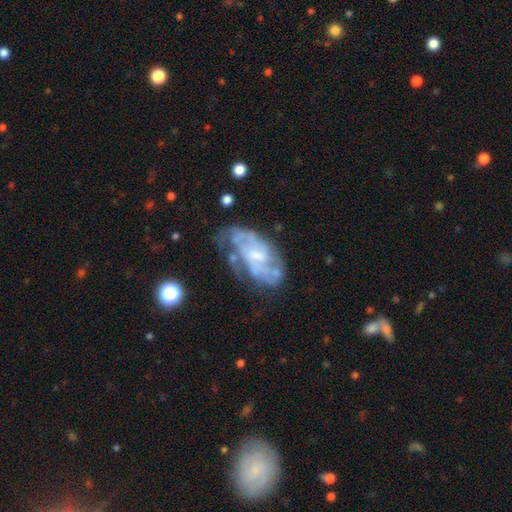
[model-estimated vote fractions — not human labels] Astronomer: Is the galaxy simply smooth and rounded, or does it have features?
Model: featured or disk — 78%.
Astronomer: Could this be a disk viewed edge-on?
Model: no — 95%.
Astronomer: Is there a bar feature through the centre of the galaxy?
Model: no — 45% (runner-up: weak, 44%).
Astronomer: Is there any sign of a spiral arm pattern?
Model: yes — 79%.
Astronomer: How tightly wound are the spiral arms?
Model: medium — 43% (runner-up: tight, 38%).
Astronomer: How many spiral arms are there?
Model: can't tell — 40% (runner-up: 2, 37%).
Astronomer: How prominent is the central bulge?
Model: small — 47% (runner-up: moderate, 31%).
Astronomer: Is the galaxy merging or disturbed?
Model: none — 49% (runner-up: minor disturbance, 26%).